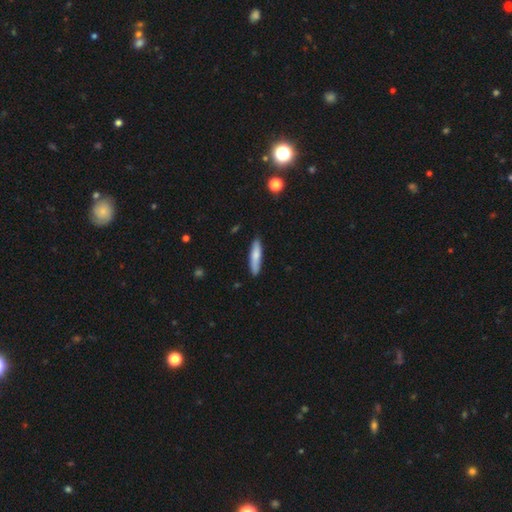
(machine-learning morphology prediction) Smooth or featured: smooth — 75% (featured or disk — 20%)
How rounded: cigar-shaped — 81% (in between — 17%)
Merging: none — 87% (minor disturbance — 10%)